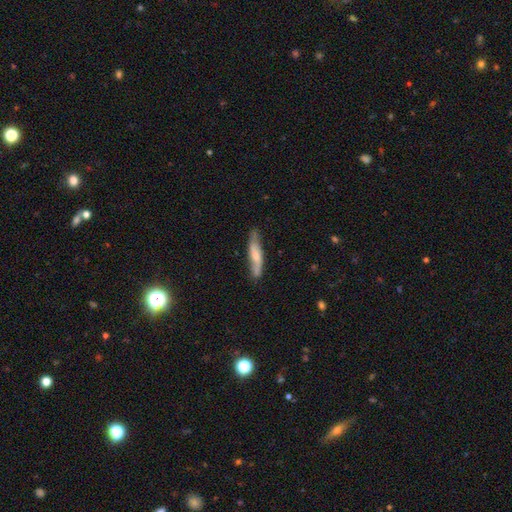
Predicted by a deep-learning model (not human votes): The model was most divided on "smooth or featured": smooth: 52%, featured or disk: 43%, star or artifact: 5%. More confident: how rounded — cigar-shaped (81%); merging — none (74%).